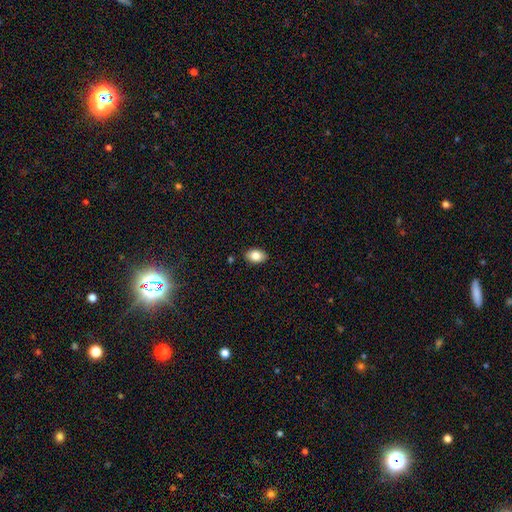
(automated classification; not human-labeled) A smooth galaxy with no disk features (84%) that is in between round and cigar-shaped (86%). Merging: none (88%).